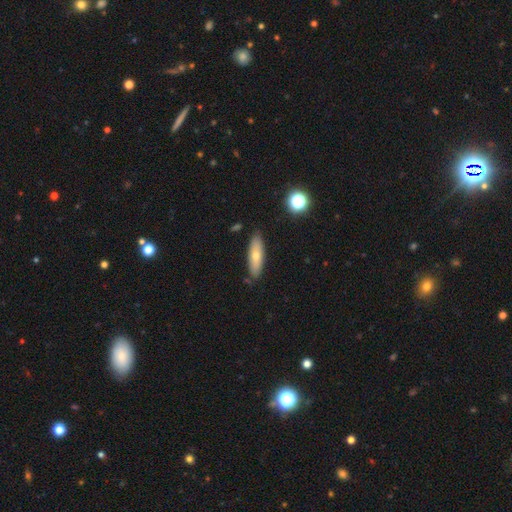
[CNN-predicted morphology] type=smooth (61%); roundness=cigar-shaped (57%); merging=none (85%).